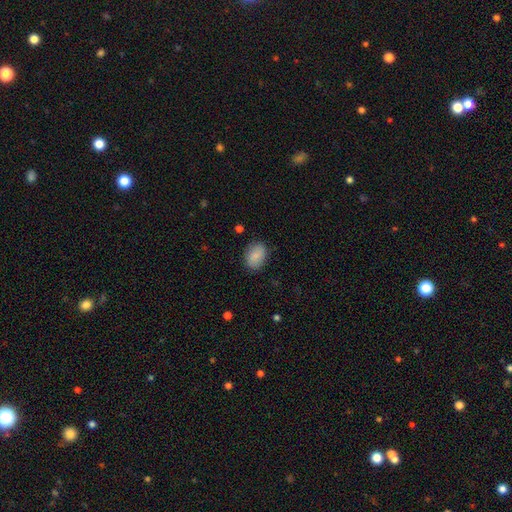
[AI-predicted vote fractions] Morphology: type=smooth (85%); roundness=in between (81%); merging=none (84%).